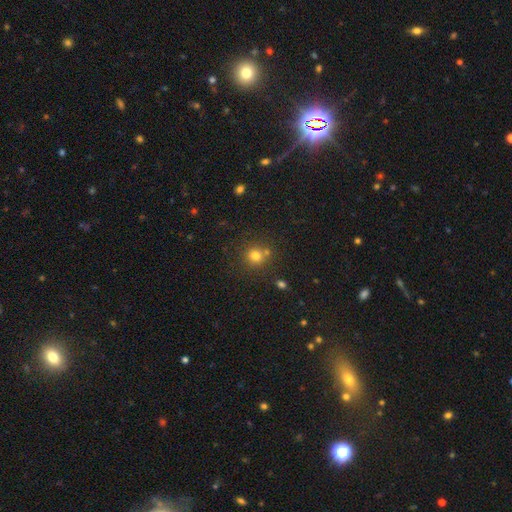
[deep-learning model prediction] Smooth or featured? Predicted: smooth (p=0.77). How rounded? Predicted: round (p=0.87). Merging? Predicted: none (p=0.69).